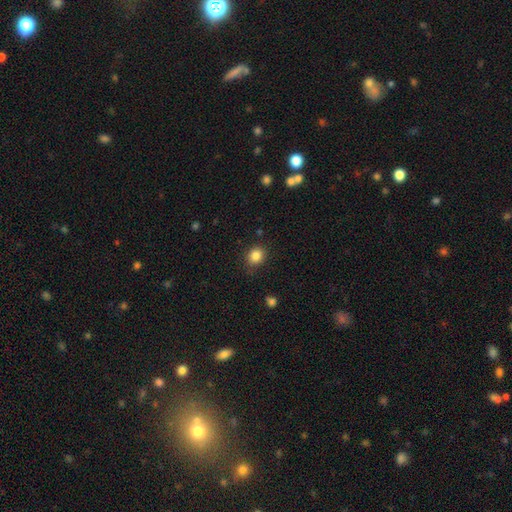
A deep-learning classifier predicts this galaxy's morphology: A smooth galaxy with no disk features (85%) that is round (69%).

Vote fractions:
- Smooth or featured? smooth: 85% / star or artifact: 10% / featured or disk: 5%
- How rounded? round: 69% / in between: 30% / cigar-shaped: 1%
- Merging? none: 84% / minor disturbance: 12% / major disturbance: 3% / merger: 2%